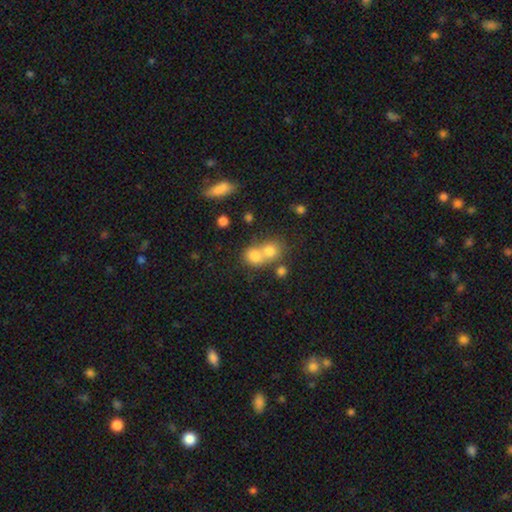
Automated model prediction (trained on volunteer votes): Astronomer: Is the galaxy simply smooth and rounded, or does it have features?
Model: smooth — 75%.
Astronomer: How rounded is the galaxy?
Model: round — 71%.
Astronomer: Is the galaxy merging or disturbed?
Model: merger — 61%.